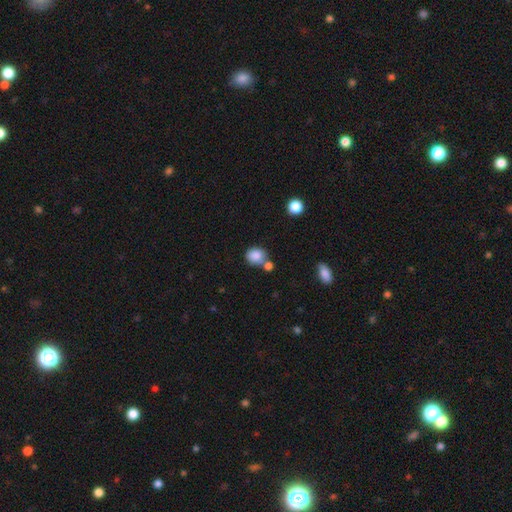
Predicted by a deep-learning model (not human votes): A smooth galaxy with no disk features (85%) that is round (71%). Merging: none (54%).